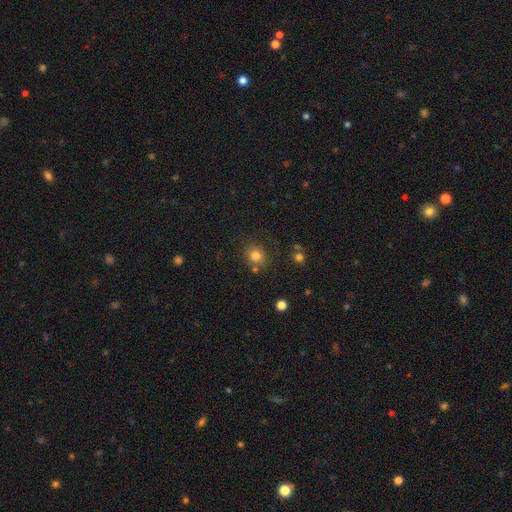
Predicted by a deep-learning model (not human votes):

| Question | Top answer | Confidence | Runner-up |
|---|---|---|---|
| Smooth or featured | smooth | 80% | star or artifact (13%) |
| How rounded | round | 84% | in between (15%) |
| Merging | none | 78% | minor disturbance (11%) |